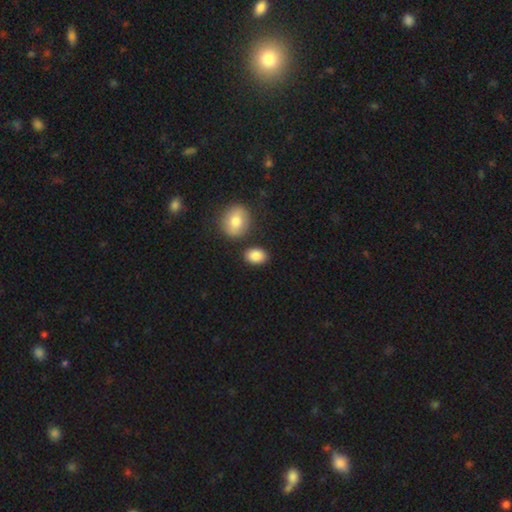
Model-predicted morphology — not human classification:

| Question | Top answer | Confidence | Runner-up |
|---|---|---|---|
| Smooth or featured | smooth | 88% | star or artifact (8%) |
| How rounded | in between | 75% | round (24%) |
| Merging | none | 80% | minor disturbance (11%) |